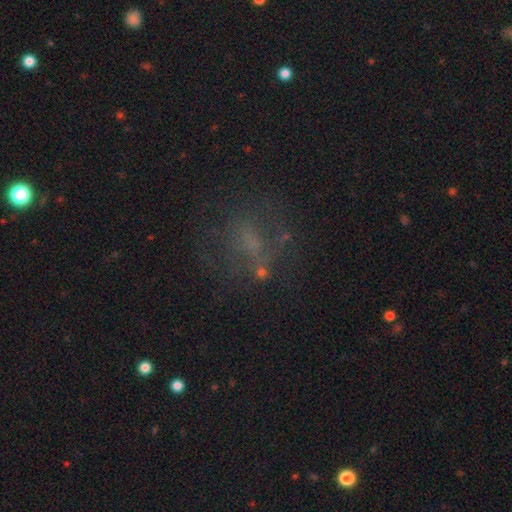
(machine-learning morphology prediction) Q: Smooth or featured?
A: smooth (37%); runner-up: featured or disk (35%)
Q: Merging?
A: none (61%); runner-up: major disturbance (19%)